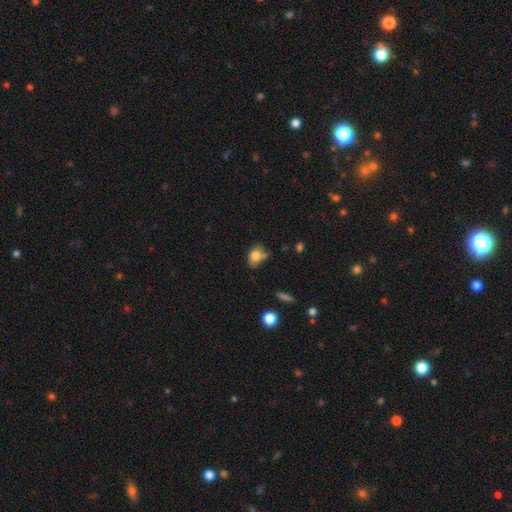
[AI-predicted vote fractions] smooth-or-featured: smooth: 77% | featured or disk: 13% | star or artifact: 10%
  how-rounded: in between: 68% | round: 31% | cigar-shaped: 2%
  merging: none: 43% | minor disturbance: 32% | merger: 14% | major disturbance: 11%